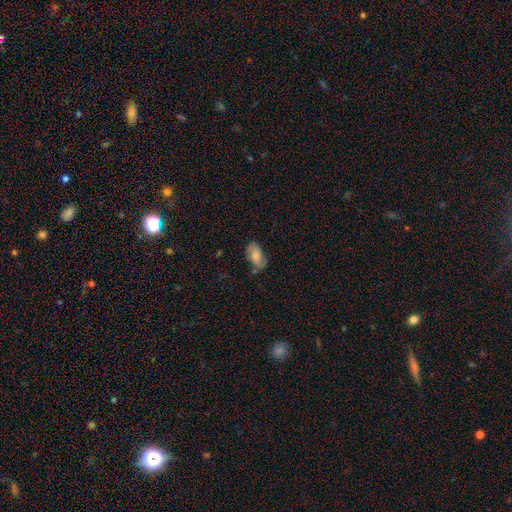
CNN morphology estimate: This is likely a smooth galaxy (66%). How rounded: clearly in between (92%). Merging: likely none (65%).